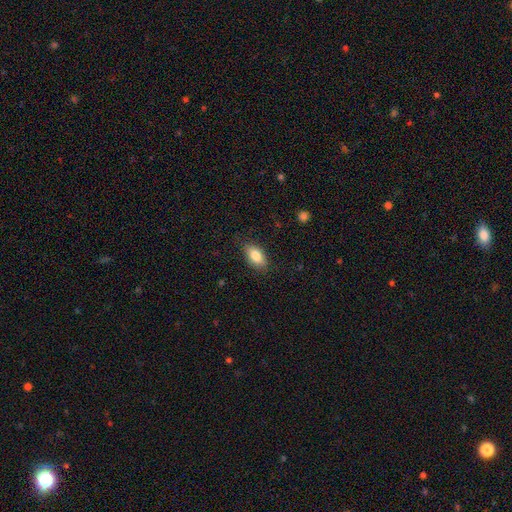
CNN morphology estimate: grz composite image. It shows a smooth galaxy with no disk features (83%) that is in between round and cigar-shaped (90%). Merging: none (83%).